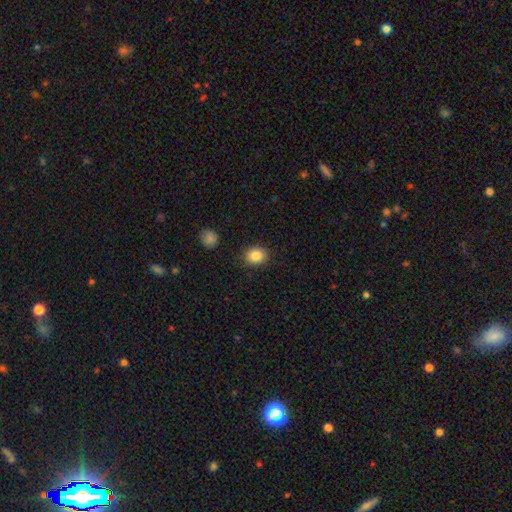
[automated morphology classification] smooth-or-featured: smooth: 85% | star or artifact: 9% | featured or disk: 5%
  how-rounded: round: 62% | in between: 37% | cigar-shaped: 1%
  merging: none: 86% | minor disturbance: 9% | major disturbance: 3% | merger: 2%